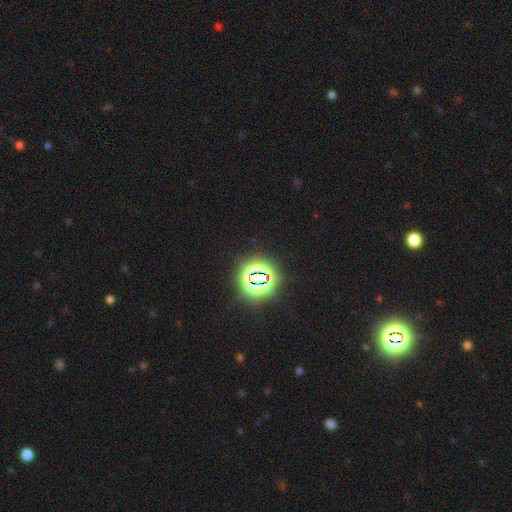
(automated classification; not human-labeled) This appears to be a star or artifact, not a galaxy (81%).